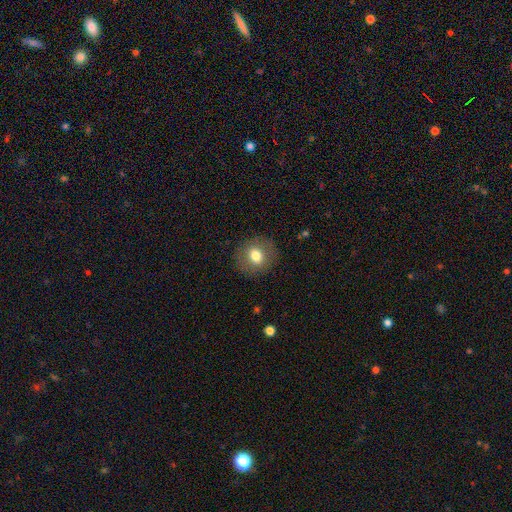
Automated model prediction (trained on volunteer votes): smooth_or_featured: smooth (p=0.75) [alt: featured or disk p=0.16]
how_rounded: round (p=0.79) [alt: in between p=0.20]
merging: none (p=0.87) [alt: minor disturbance p=0.08]